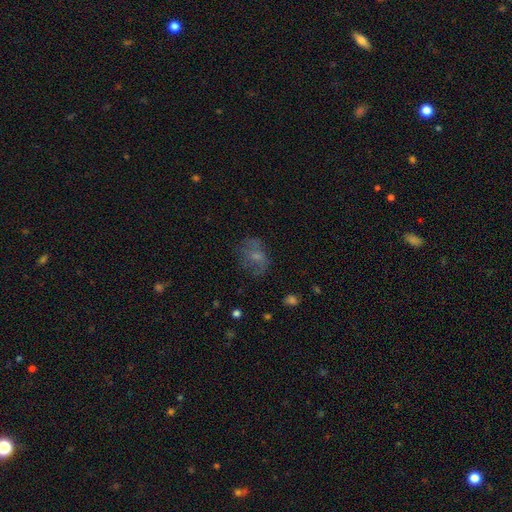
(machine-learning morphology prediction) Smooth or featured?
  - smooth: 53% *
  - featured or disk: 34%
  - star or artifact: 13%
How rounded?
  - in between: 59% *
  - round: 40%
  - cigar-shaped: 2%
Merging?
  - none: 54% *
  - minor disturbance: 23%
  - major disturbance: 21%
  - merger: 2%